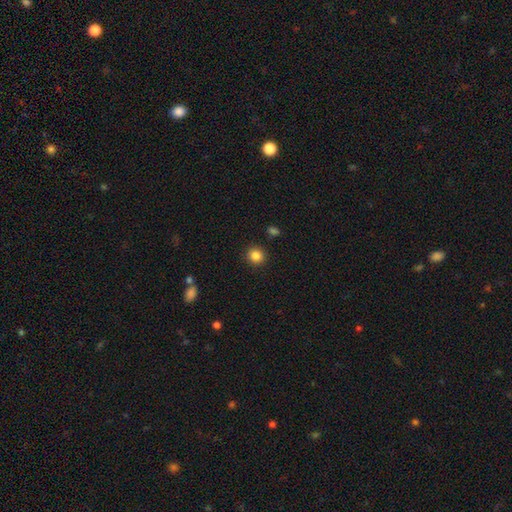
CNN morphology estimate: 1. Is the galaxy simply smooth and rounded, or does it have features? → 85% smooth, 11% star or artifact, 4% featured or disk.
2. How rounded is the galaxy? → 90% round, 9% in between, 1% cigar-shaped.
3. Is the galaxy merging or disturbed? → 90% none, 6% minor disturbance, 2% major disturbance, 2% merger.